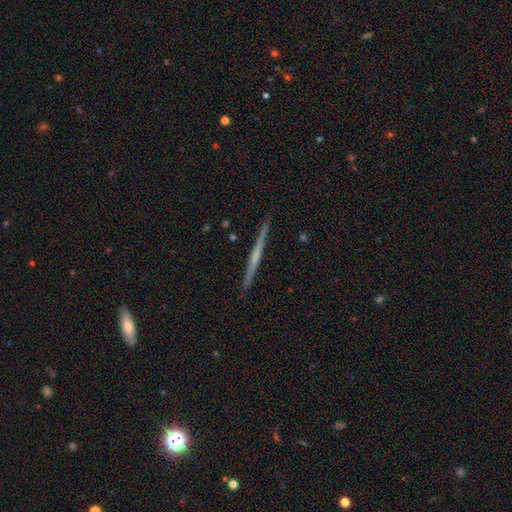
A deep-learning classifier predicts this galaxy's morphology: This appears to be a featured or disk galaxy (65%) viewed edge-on (98%) with no central bulge (71%). Merging: none (92%).